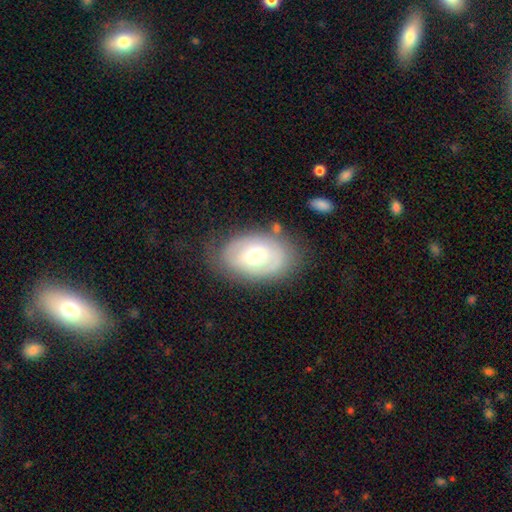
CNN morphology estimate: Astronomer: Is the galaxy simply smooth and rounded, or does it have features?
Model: featured or disk — 52% (runner-up: smooth, 41%).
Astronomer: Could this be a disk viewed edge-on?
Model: no — 92%.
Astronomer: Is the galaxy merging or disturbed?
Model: none — 72%.